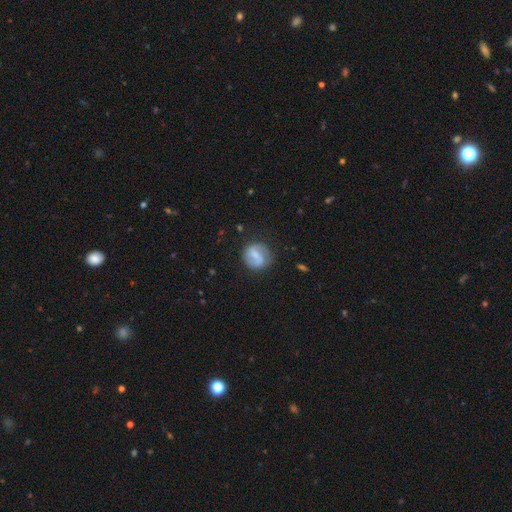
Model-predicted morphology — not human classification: Smooth or featured? featured or disk (47%)
Merging? none (75%)